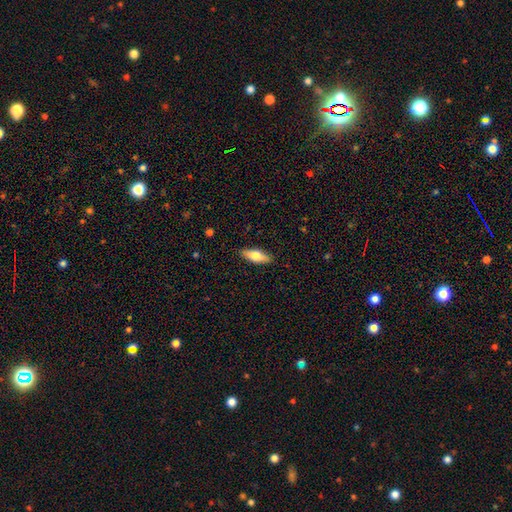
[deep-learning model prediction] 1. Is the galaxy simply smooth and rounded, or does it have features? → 66% smooth, 28% featured or disk, 6% star or artifact.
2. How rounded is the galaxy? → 63% in between, 35% cigar-shaped, 3% round.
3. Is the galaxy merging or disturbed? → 89% none, 9% minor disturbance, 2% major disturbance, 1% merger.